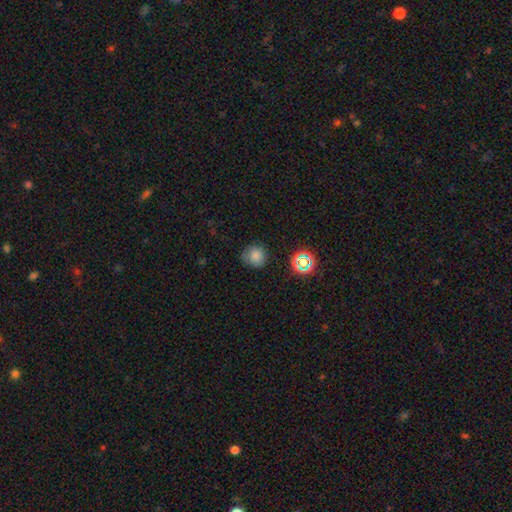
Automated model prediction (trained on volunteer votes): This is likely a smooth galaxy (77%). How rounded: clearly round (87%). Merging: likely none (73%).